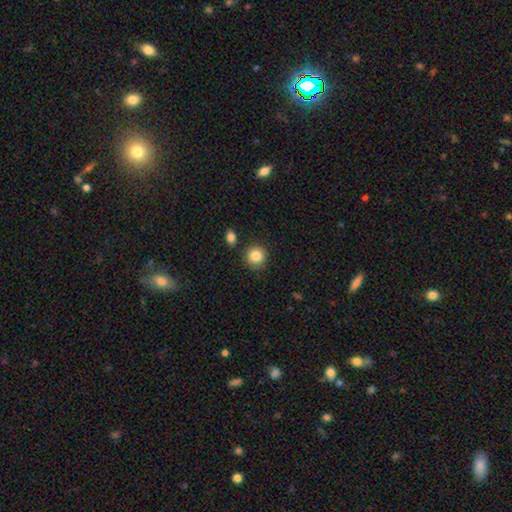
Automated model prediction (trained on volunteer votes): Smooth or featured? Predicted: smooth (p=0.85). How rounded? Predicted: round (p=0.90). Merging? Predicted: none (p=0.84).